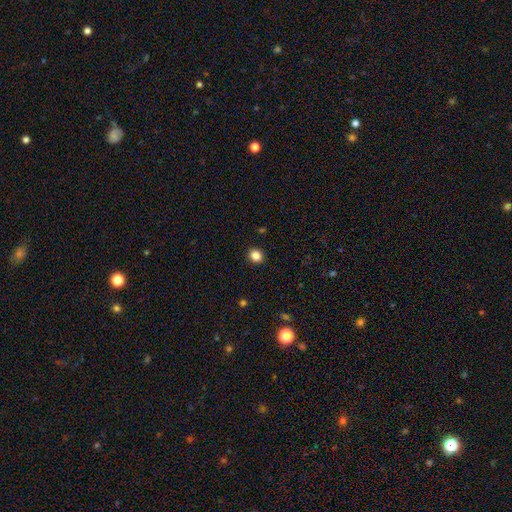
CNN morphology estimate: smooth 85%, star or artifact 11%, featured or disk 4%. Down the decision tree: how rounded — round (78%); merging — none (92%).